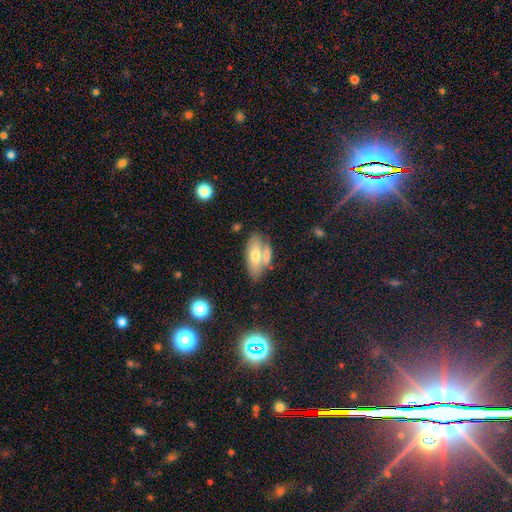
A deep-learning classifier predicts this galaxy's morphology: Q: Smooth or featured?
A: smooth (66%); runner-up: featured or disk (27%)
Q: How rounded?
A: in between (80%); runner-up: cigar-shaped (17%)
Q: Merging?
A: none (48%); runner-up: merger (33%)